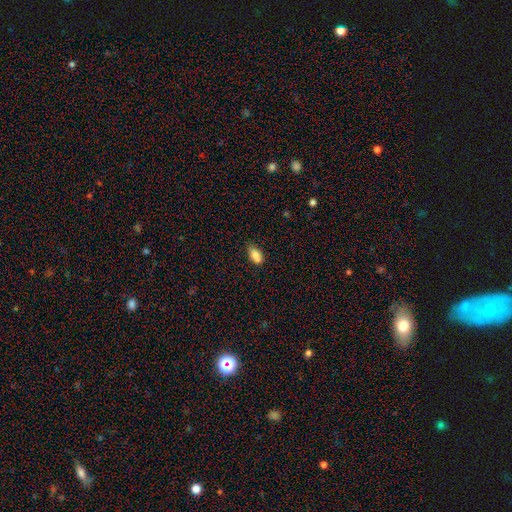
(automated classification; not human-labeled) Smooth or featured? smooth (84%)
How rounded? in between (89%)
Merging? none (58%)